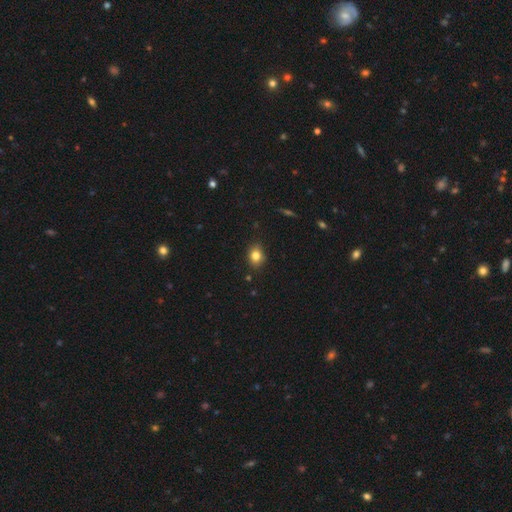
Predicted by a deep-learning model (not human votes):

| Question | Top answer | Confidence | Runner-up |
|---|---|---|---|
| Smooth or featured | smooth | 81% | star or artifact (11%) |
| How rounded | in between | 52% | round (47%) |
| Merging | none | 83% | minor disturbance (13%) |